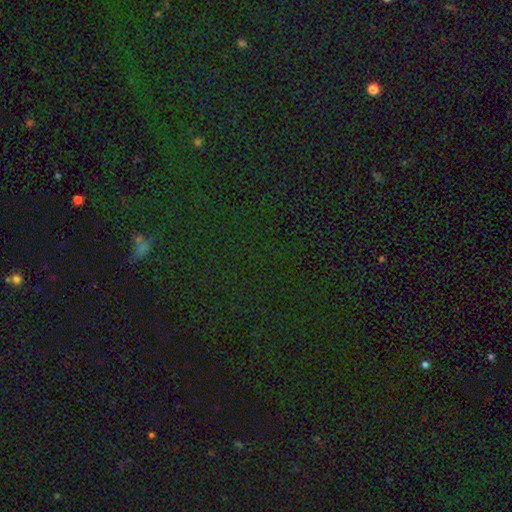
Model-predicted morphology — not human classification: A star or artifact, not a galaxy (80%).